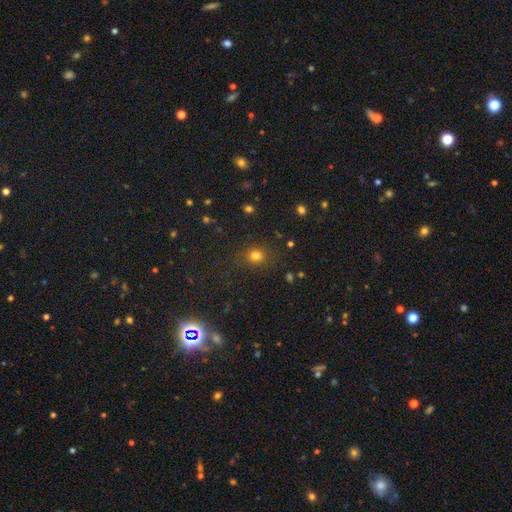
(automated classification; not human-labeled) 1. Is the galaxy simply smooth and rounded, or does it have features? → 75% smooth, 18% star or artifact, 6% featured or disk.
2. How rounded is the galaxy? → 77% round, 22% in between, 1% cigar-shaped.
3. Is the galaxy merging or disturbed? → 83% none, 10% minor disturbance, 5% major disturbance, 2% merger.